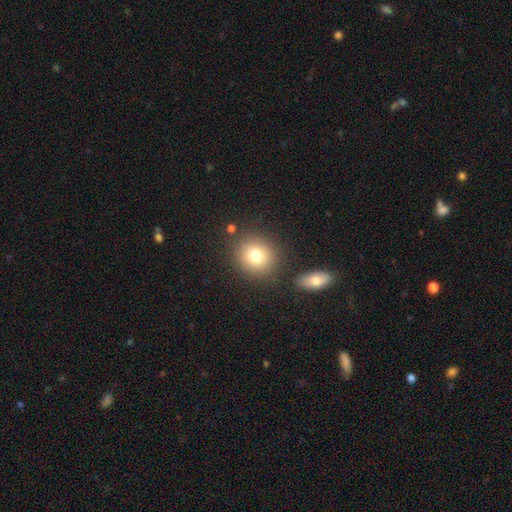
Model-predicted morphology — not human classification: This appears to be a smooth galaxy with no disk features (79%) that is round (83%). Merging: none (81%).